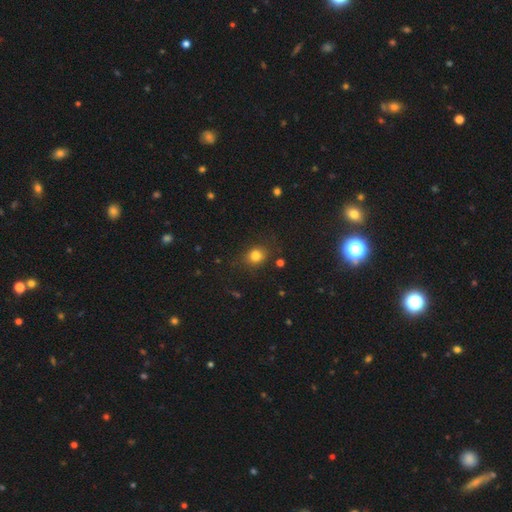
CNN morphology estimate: type=smooth (80%); roundness=round (69%); merging=none (80%).